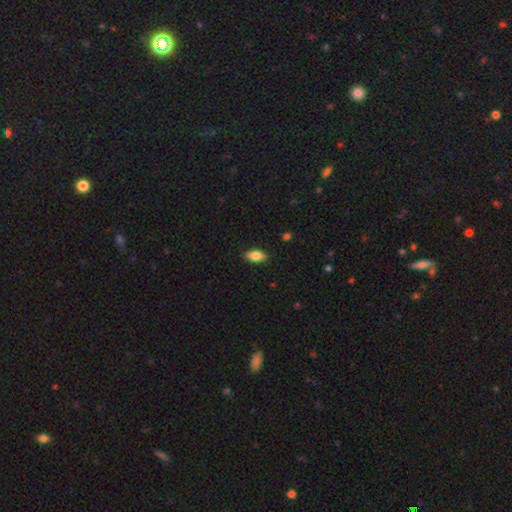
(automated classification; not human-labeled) Smooth or featured?
  - smooth: 82% *
  - featured or disk: 11%
  - star or artifact: 7%
How rounded?
  - in between: 90% *
  - cigar-shaped: 7%
  - round: 4%
Merging?
  - none: 87% *
  - minor disturbance: 10%
  - major disturbance: 2%
  - merger: 1%